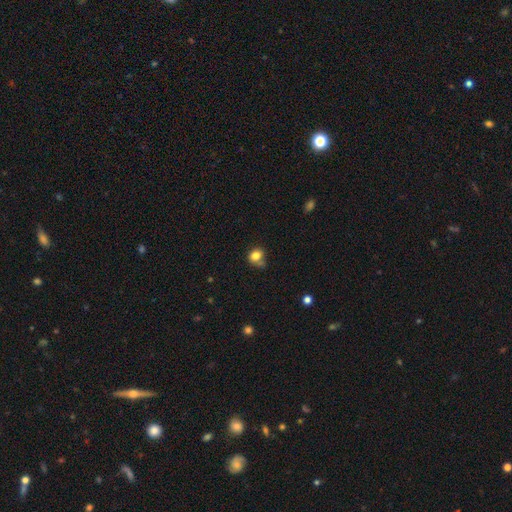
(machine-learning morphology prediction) Overall: smooth (80%). How rounded: round (68%; in between 31%). Merging: none (50%; minor disturbance 27%).